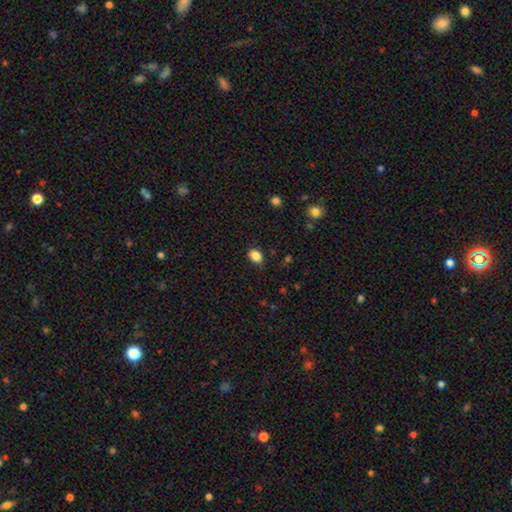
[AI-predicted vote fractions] smooth-or-featured: smooth: 87% | star or artifact: 9% | featured or disk: 4%
  how-rounded: in between: 72% | round: 27% | cigar-shaped: 1%
  merging: none: 83% | minor disturbance: 13% | major disturbance: 3% | merger: 1%